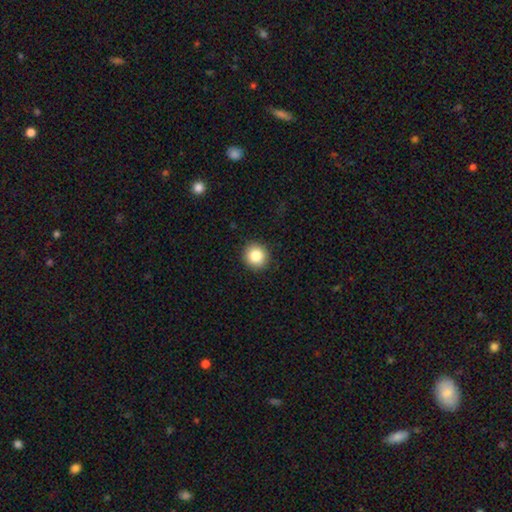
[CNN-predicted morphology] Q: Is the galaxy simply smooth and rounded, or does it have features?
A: smooth — 84%.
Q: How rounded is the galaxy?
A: round — 92%.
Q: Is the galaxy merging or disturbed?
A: none — 91%.